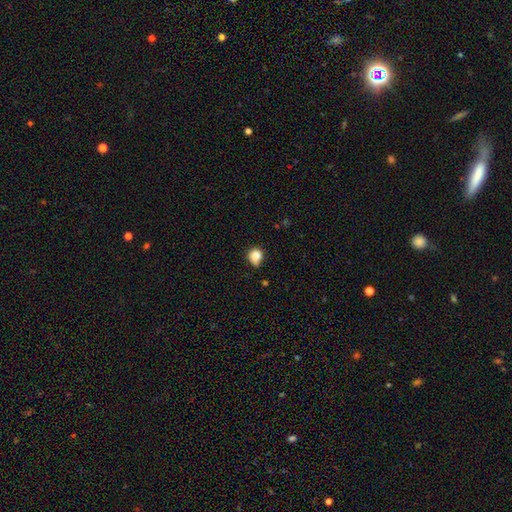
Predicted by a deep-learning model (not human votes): This appears to be a smooth galaxy with no disk features (84%) that is round (76%). Merging: minor disturbance (41%).